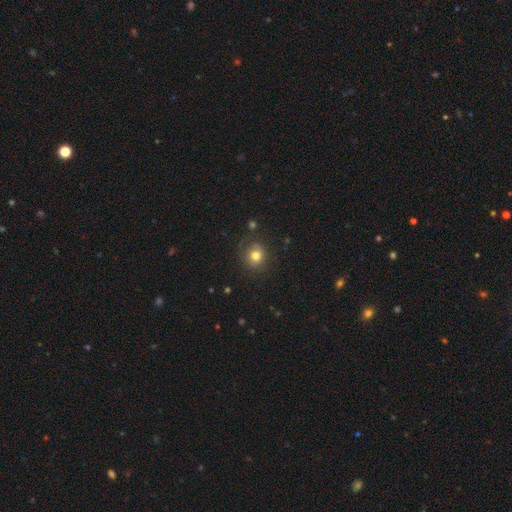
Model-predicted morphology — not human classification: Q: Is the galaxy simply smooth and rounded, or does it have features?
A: smooth — 77%.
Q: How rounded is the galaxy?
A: round — 81%.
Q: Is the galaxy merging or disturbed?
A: none — 80%.